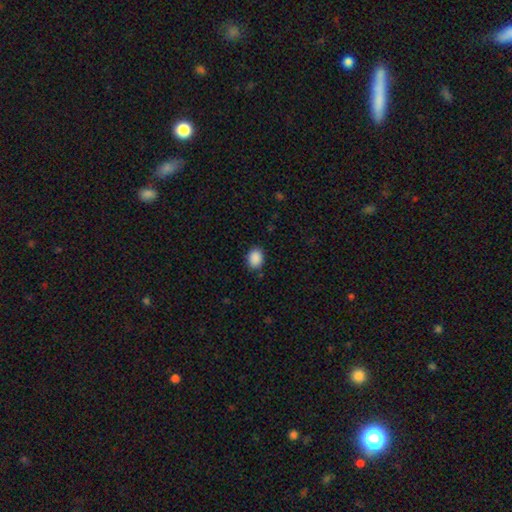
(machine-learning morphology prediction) smooth-or-featured: smooth: 89% | star or artifact: 8% | featured or disk: 3%
  how-rounded: in between: 61% | round: 39% | cigar-shaped: 1%
  merging: none: 84% | minor disturbance: 11% | major disturbance: 3% | merger: 1%